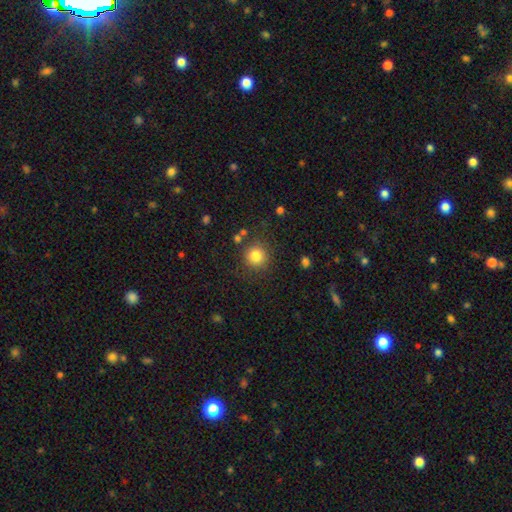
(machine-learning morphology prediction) Smooth or featured?
  - smooth: 83% *
  - star or artifact: 11%
  - featured or disk: 6%
How rounded?
  - round: 92% *
  - in between: 7%
  - cigar-shaped: 1%
Merging?
  - none: 83% *
  - minor disturbance: 10%
  - major disturbance: 4%
  - merger: 4%